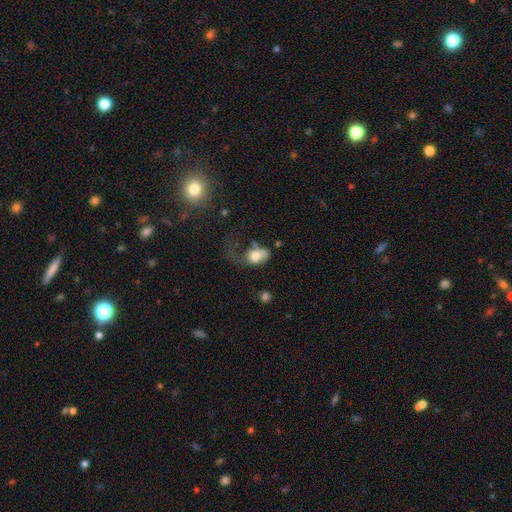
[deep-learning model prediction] smooth_or_featured: smooth (p=0.67) [alt: featured or disk p=0.25]
how_rounded: in between (p=0.74) [alt: round p=0.24]
merging: major disturbance (p=0.59) [alt: minor disturbance p=0.18]